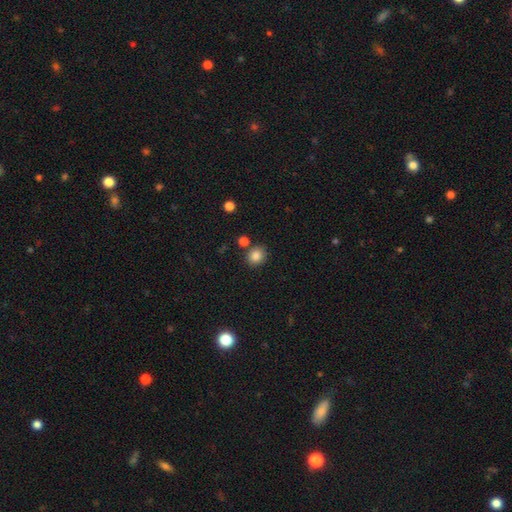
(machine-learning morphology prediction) The model was most divided on "how rounded": round: 77%, in between: 22%, cigar-shaped: 1%. More confident: smooth or featured — smooth (85%); merging — none (78%).